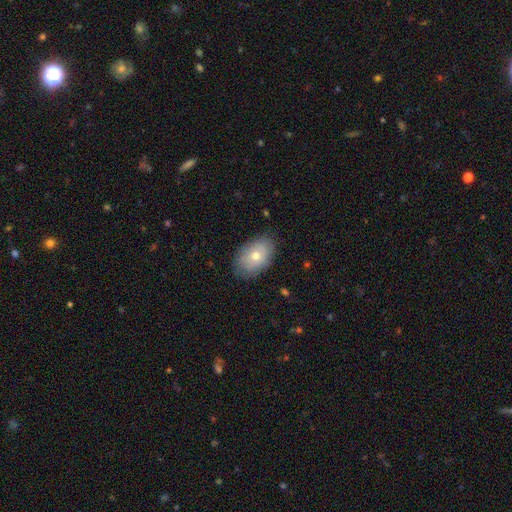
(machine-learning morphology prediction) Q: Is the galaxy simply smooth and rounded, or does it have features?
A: smooth — 69%.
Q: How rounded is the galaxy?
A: in between — 86%.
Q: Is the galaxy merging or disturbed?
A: none — 82%.